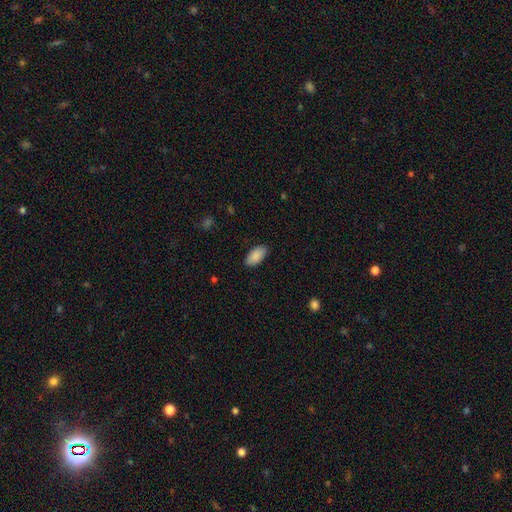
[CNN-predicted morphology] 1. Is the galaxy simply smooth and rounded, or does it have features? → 89% smooth, 6% star or artifact, 5% featured or disk.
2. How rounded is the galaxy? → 94% in between, 3% cigar-shaped, 2% round.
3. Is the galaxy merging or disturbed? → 87% none, 10% minor disturbance, 2% major disturbance, 1% merger.